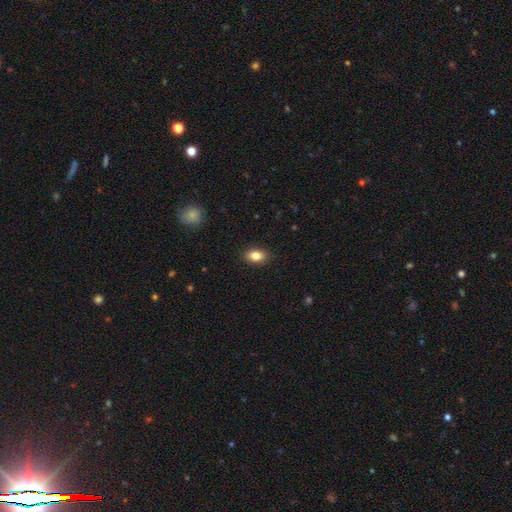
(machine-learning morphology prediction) type=smooth (85%); roundness=in between (84%); merging=none (88%).